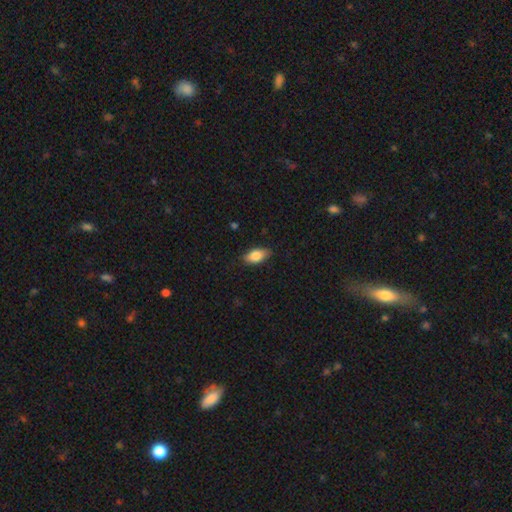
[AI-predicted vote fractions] smooth 82%, featured or disk 11%, star or artifact 7%. Down the decision tree: how rounded — in between (90%); merging — none (83%).